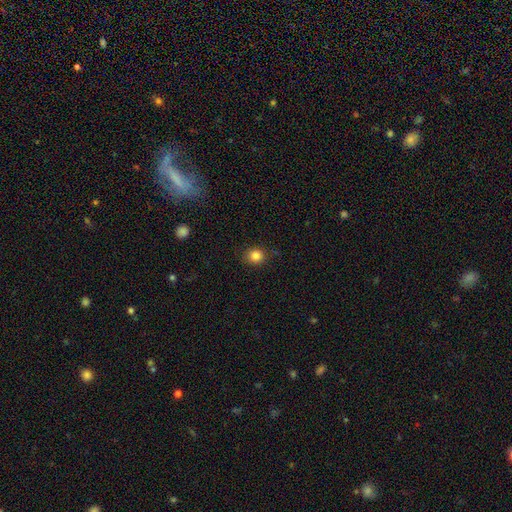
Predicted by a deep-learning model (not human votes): The model was most divided on "how rounded": round: 78%, in between: 21%, cigar-shaped: 1%. More confident: merging — none (86%); smooth or featured — smooth (84%).